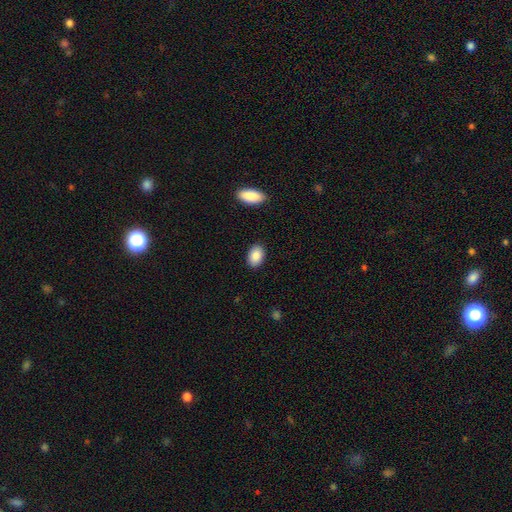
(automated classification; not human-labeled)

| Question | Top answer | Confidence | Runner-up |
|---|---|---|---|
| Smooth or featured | smooth | 87% | star or artifact (7%) |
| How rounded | in between | 88% | round (11%) |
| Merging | none | 89% | minor disturbance (8%) |